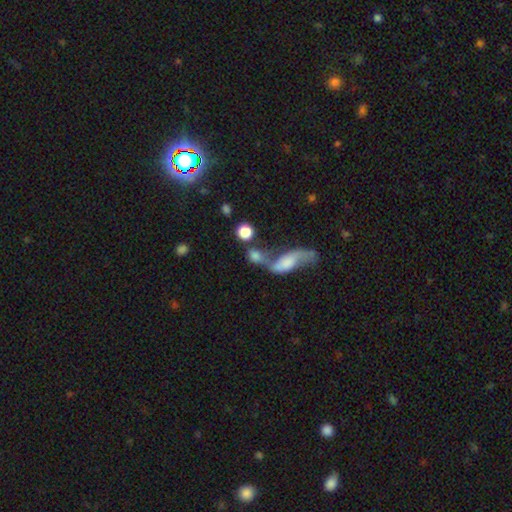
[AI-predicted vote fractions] A smooth galaxy with no disk features (67%) that is in between round and cigar-shaped (50%).

Vote fractions:
- Smooth or featured? smooth: 67% / featured or disk: 22% / star or artifact: 11%
- How rounded? in between: 50% / round: 40% / cigar-shaped: 10%
- Merging? merger: 55% / none: 24% / major disturbance: 11% / minor disturbance: 9%